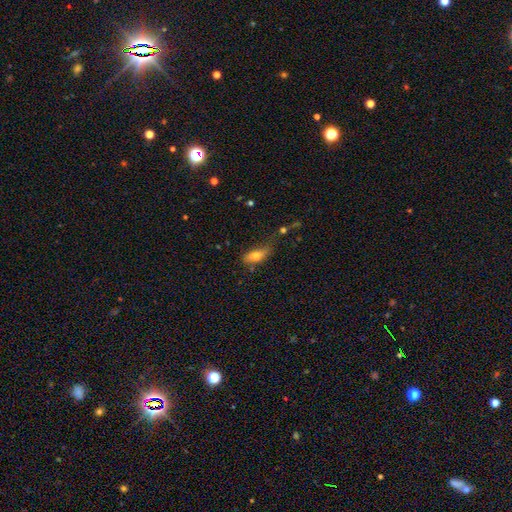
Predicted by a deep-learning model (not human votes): Smooth or featured? Predicted: smooth (p=0.75). How rounded? Predicted: in between (p=0.77). Merging? Predicted: none (p=0.50).